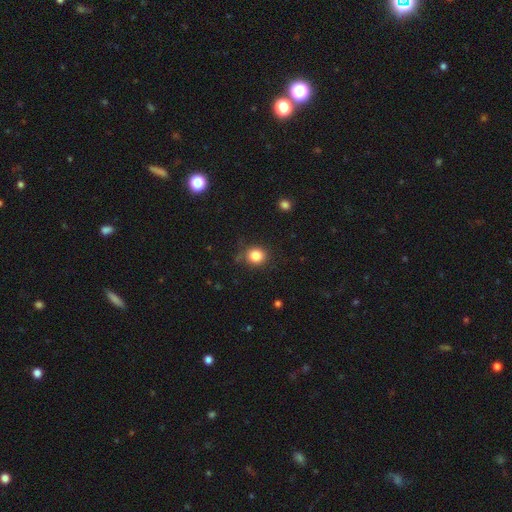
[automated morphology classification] Smooth or featured: smooth — 84% (star or artifact — 11%)
How rounded: round — 81% (in between — 18%)
Merging: none — 77% (minor disturbance — 16%)